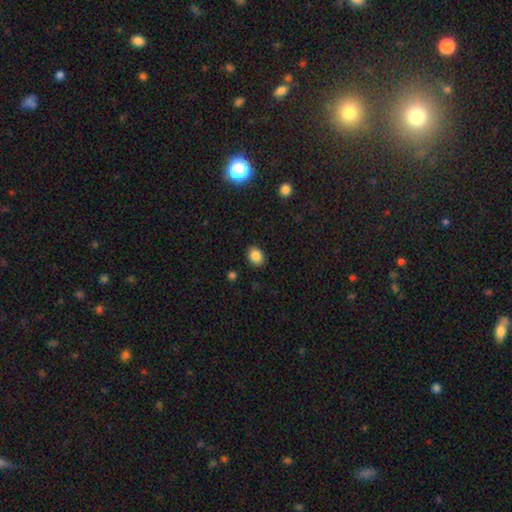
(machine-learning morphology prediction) This is clearly a smooth galaxy (86%). How rounded: likely in between (67%). Merging: clearly none (88%).